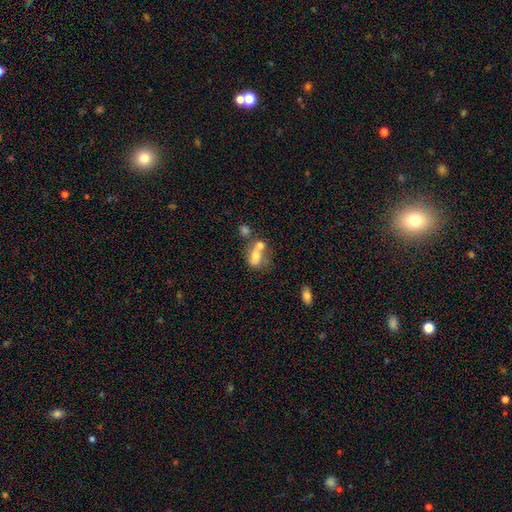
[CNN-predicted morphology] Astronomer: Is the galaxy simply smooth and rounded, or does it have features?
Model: smooth — 63%.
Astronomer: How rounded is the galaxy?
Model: in between — 70%.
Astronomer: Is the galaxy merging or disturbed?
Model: merger — 56%.